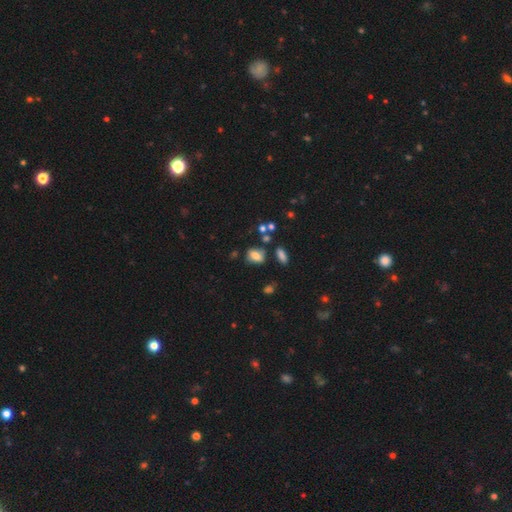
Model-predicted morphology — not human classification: smooth 74%, featured or disk 14%, star or artifact 12%. Down the decision tree: how rounded — in between (71%); merging — none (68%).